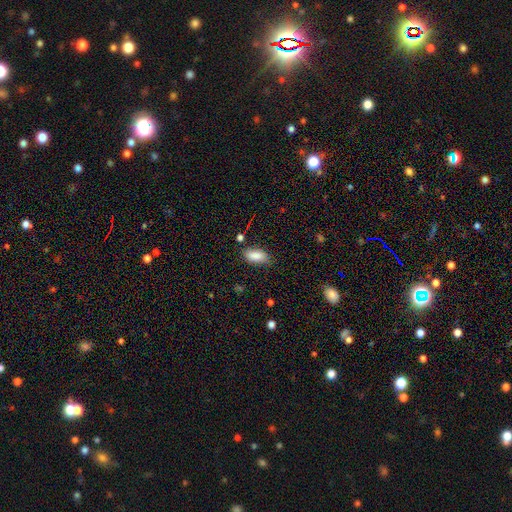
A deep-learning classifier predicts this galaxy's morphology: type=smooth (86%); roundness=in between (89%); merging=none (75%).